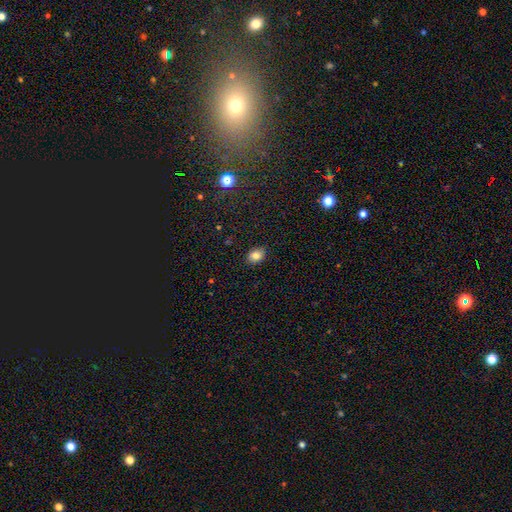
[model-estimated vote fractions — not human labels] Smooth or featured: smooth — 82% (star or artifact — 10%)
How rounded: in between — 69% (round — 30%)
Merging: none — 87% (minor disturbance — 10%)